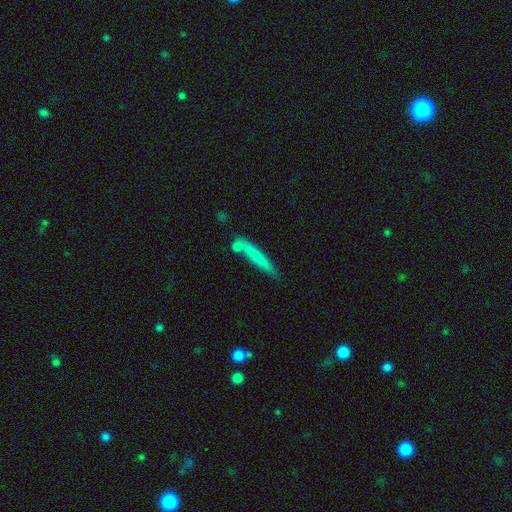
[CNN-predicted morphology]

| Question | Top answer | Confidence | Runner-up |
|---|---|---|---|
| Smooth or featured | smooth | 70% | featured or disk (23%) |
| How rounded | cigar-shaped | 93% | in between (5%) |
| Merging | none | 71% | minor disturbance (14%) |